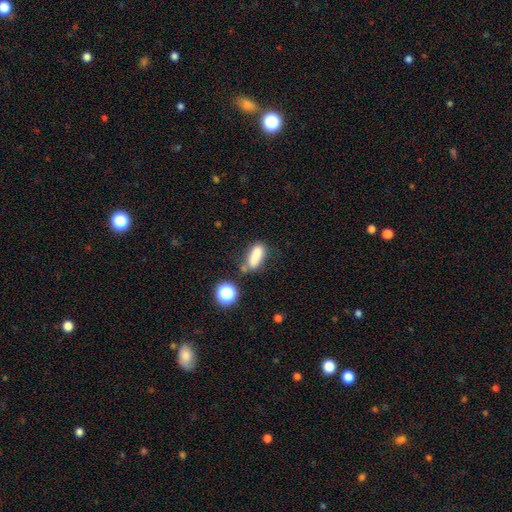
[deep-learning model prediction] Overall: smooth (79%). How rounded: in between (57%; cigar-shaped 37%). Merging: none (58%; minor disturbance 21%).